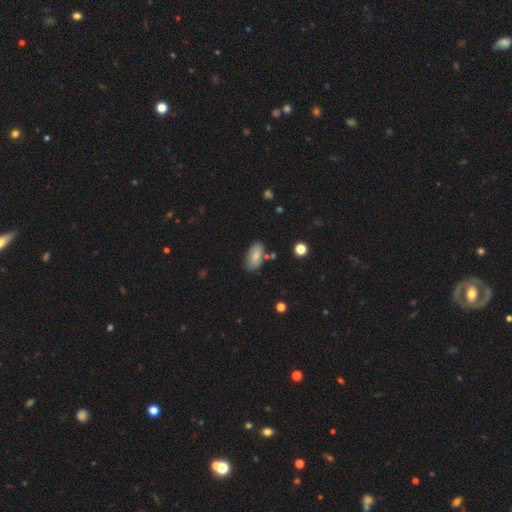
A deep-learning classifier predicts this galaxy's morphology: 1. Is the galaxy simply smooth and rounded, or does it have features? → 77% smooth, 15% featured or disk, 7% star or artifact.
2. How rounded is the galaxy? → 92% in between, 5% cigar-shaped, 3% round.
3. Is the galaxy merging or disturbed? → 74% none, 18% minor disturbance, 5% merger, 4% major disturbance.